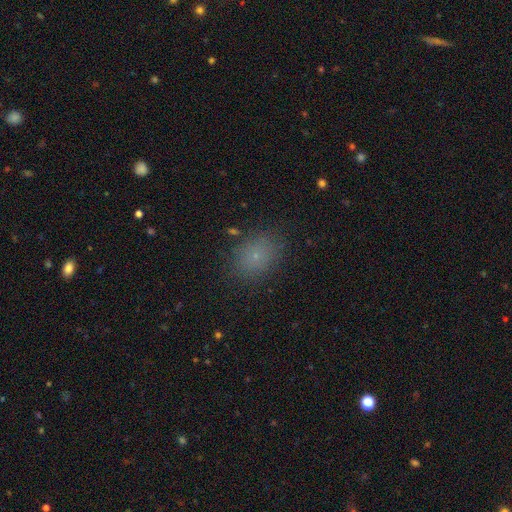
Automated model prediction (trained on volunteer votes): Smooth or featured?
  - smooth: 74% *
  - star or artifact: 17%
  - featured or disk: 9%
How rounded?
  - in between: 60% *
  - round: 39%
  - cigar-shaped: 1%
Merging?
  - none: 83% *
  - minor disturbance: 11%
  - major disturbance: 4%
  - merger: 2%